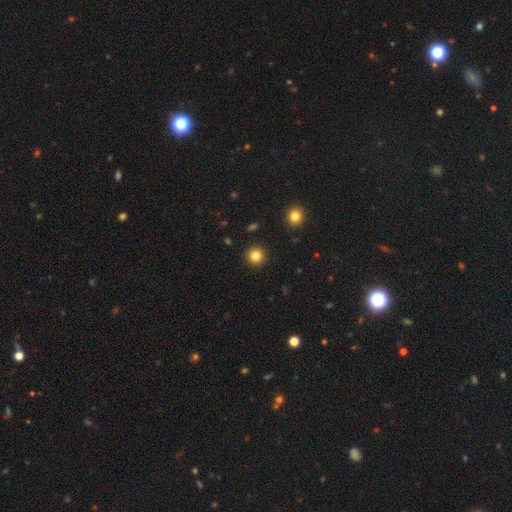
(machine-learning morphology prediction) A smooth galaxy with no disk features (84%) that is round (94%). Merging: none (92%).